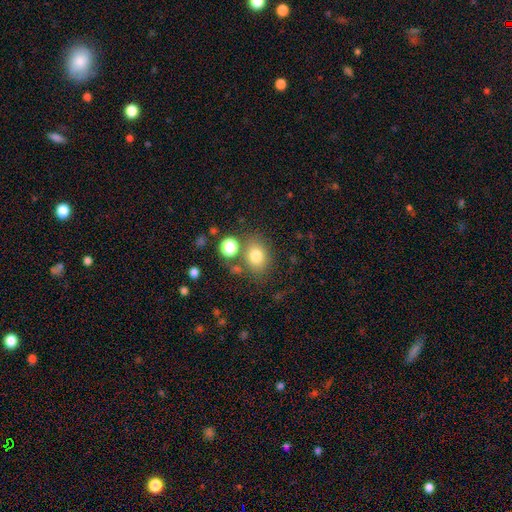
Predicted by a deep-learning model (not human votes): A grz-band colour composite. It shows a smooth galaxy with no disk features (78%) that is in between round and cigar-shaped (50%). Merging: none (72%).